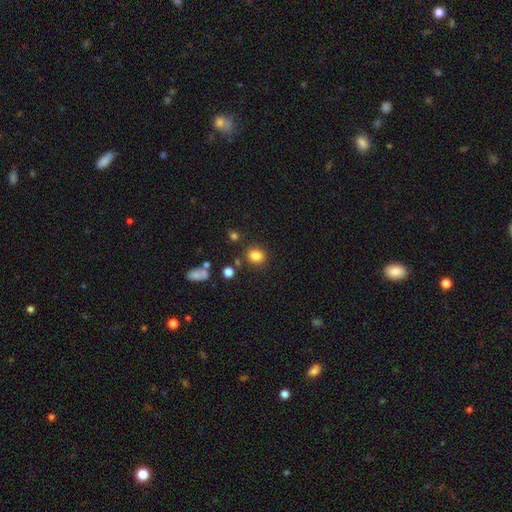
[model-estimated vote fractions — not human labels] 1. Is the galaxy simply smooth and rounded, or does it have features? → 83% smooth, 12% star or artifact, 5% featured or disk.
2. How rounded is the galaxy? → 55% round, 44% in between, 1% cigar-shaped.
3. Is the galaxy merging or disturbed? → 80% none, 11% minor disturbance, 5% merger, 4% major disturbance.